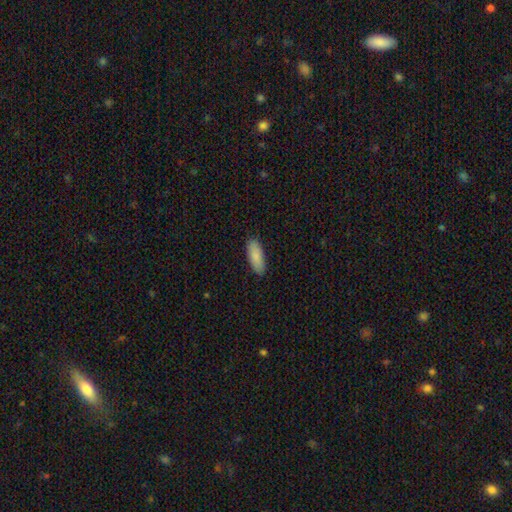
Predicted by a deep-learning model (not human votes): smooth_or_featured: smooth (p=0.87) [alt: featured or disk p=0.07]
how_rounded: in between (p=0.73) [alt: cigar-shaped p=0.25]
merging: none (p=0.88) [alt: minor disturbance p=0.09]